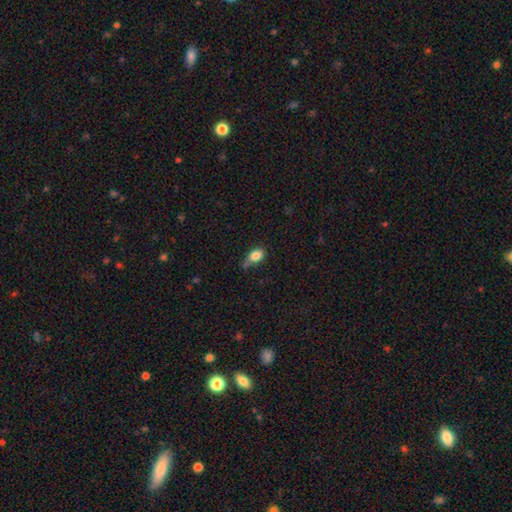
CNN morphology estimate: type=smooth (82%); roundness=in between (77%); merging=none (44%).